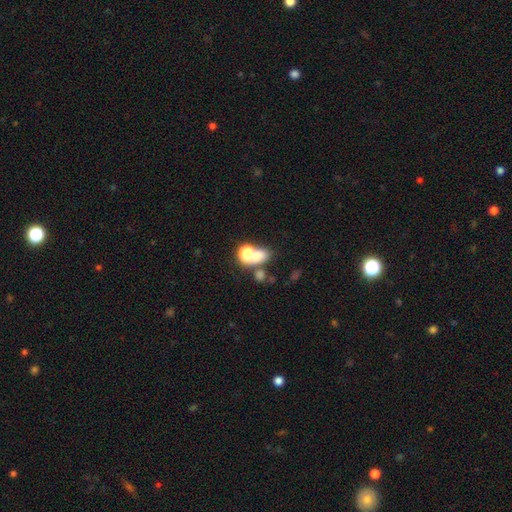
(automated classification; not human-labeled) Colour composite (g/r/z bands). It shows a smooth galaxy with no disk features (63%) that is in between round and cigar-shaped (51%). Merging: merger (46%).